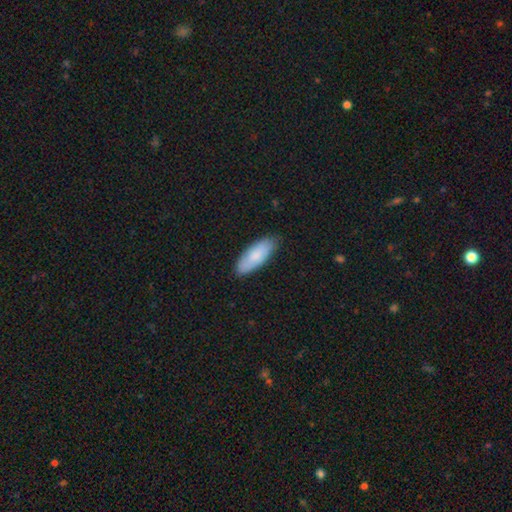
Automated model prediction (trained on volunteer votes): A smooth galaxy with no disk features (81%) that is in between round and cigar-shaped (75%).

Vote fractions:
- Smooth or featured? smooth: 81% / featured or disk: 13% / star or artifact: 5%
- How rounded? in between: 75% / cigar-shaped: 23% / round: 2%
- Merging? none: 84% / minor disturbance: 13% / major disturbance: 2% / merger: 1%